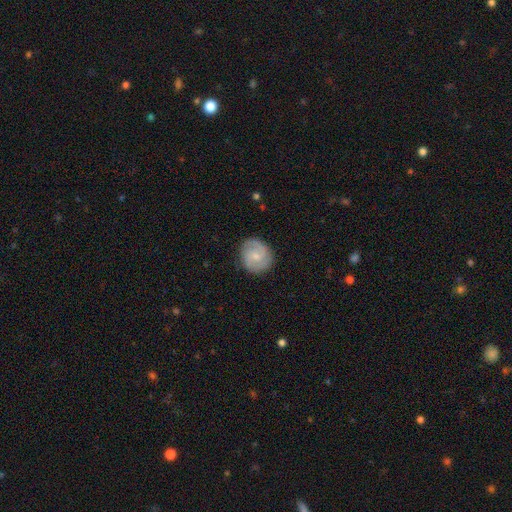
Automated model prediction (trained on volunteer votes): Smooth or featured: featured or disk — 68% (smooth — 26%)
Edge-on disk: no — 98% (yes — 2%)
Bar: no — 49% (weak — 46%)
Spiral arms: yes — 94% (no — 6%)
Spiral winding: medium — 47% (tight — 40%)
Spiral arm count: 2 — 76% (can't tell — 10%)
Bulge size: small — 57% (moderate — 31%)
Merging: none — 84% (minor disturbance — 12%)